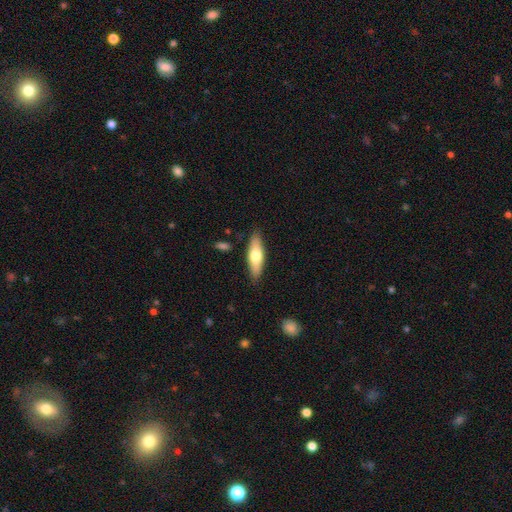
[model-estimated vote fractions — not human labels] A smooth galaxy with no disk features (60%) that is cigar-shaped (51%).

Vote fractions:
- Smooth or featured? smooth: 60% / featured or disk: 35% / star or artifact: 6%
- How rounded? cigar-shaped: 51% / in between: 47% / round: 2%
- Merging? none: 85% / minor disturbance: 11% / major disturbance: 2% / merger: 2%